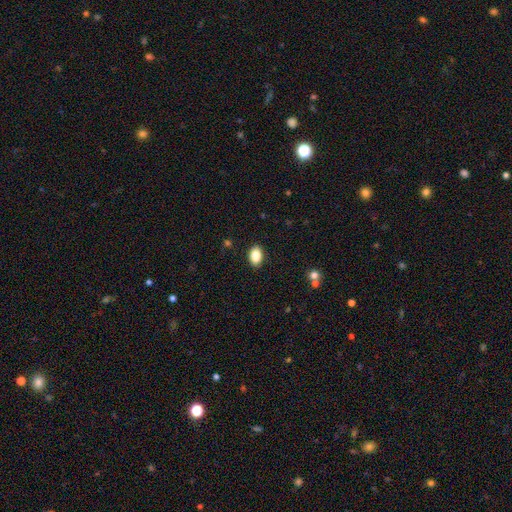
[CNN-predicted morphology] type=smooth (85%); roundness=in between (87%); merging=none (90%).